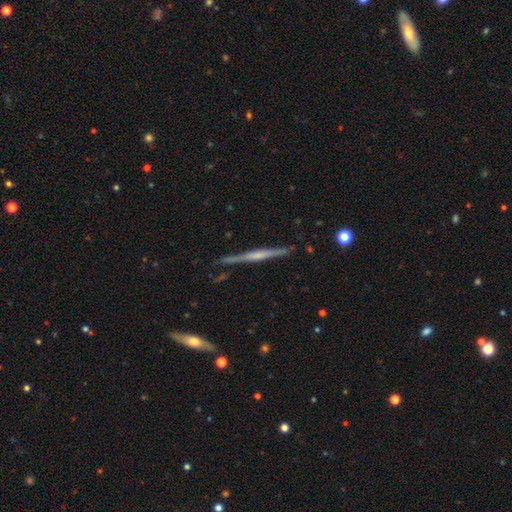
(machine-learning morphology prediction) This is likely a featured or disk galaxy (71%). It is clearly viewed edge-on (98%). Edge-on bulge: marginally none (43%). Merging: clearly none (87%).